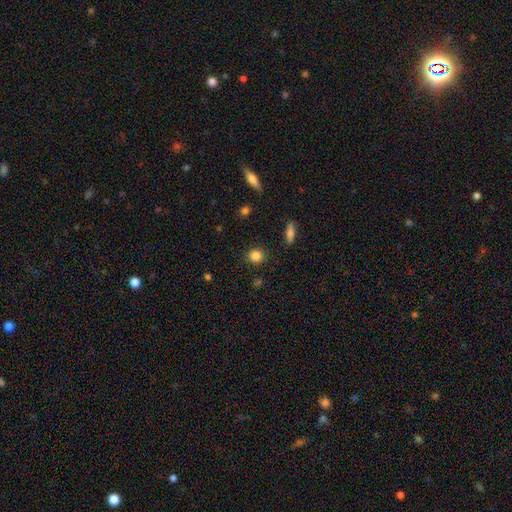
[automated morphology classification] Q: Smooth or featured?
A: smooth (84%); runner-up: star or artifact (11%)
Q: How rounded?
A: round (85%); runner-up: in between (13%)
Q: Merging?
A: none (89%); runner-up: minor disturbance (7%)